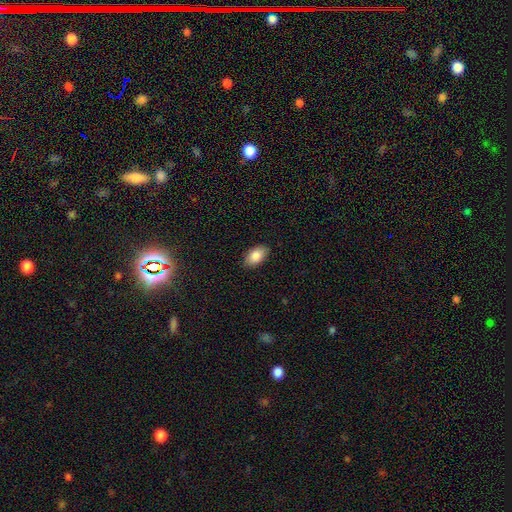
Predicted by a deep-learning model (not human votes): Smooth or featured? Predicted: smooth (p=0.85). How rounded? Predicted: in between (p=0.93). Merging? Predicted: none (p=0.87).